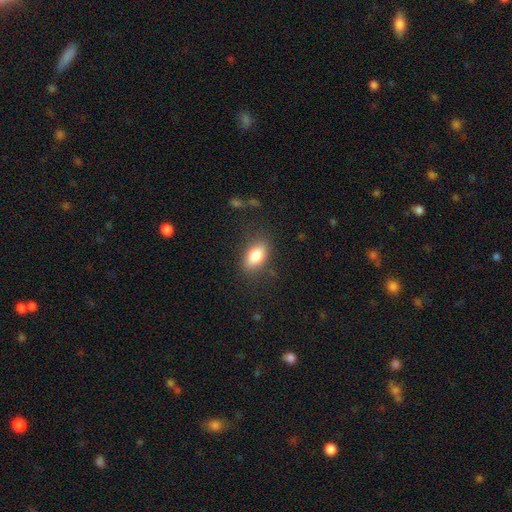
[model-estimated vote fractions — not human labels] Overall: smooth (82%). How rounded: in between (87%). Merging: none (80%).